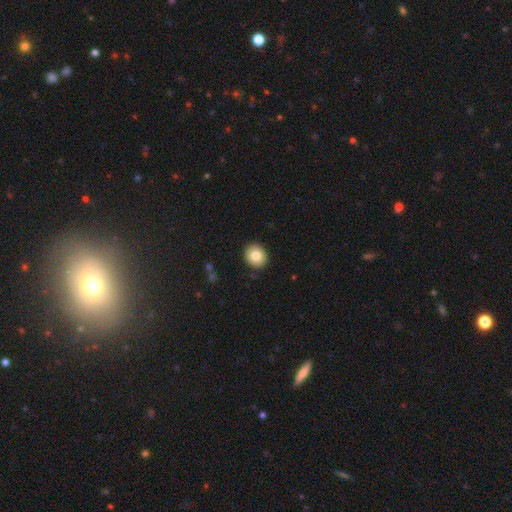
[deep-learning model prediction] smooth_or_featured: smooth (p=0.81) [alt: featured or disk p=0.10]
how_rounded: round (p=0.78) [alt: in between p=0.21]
merging: none (p=0.90) [alt: minor disturbance p=0.07]